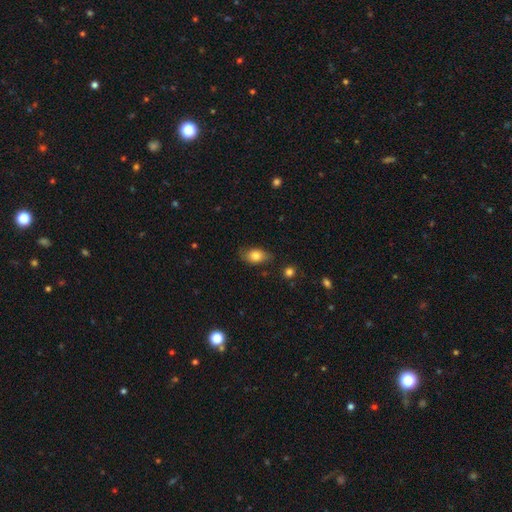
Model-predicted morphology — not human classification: smooth-or-featured: smooth: 79% | featured or disk: 13% | star or artifact: 9%
  how-rounded: in between: 82% | round: 15% | cigar-shaped: 3%
  merging: none: 72% | minor disturbance: 22% | major disturbance: 5% | merger: 2%